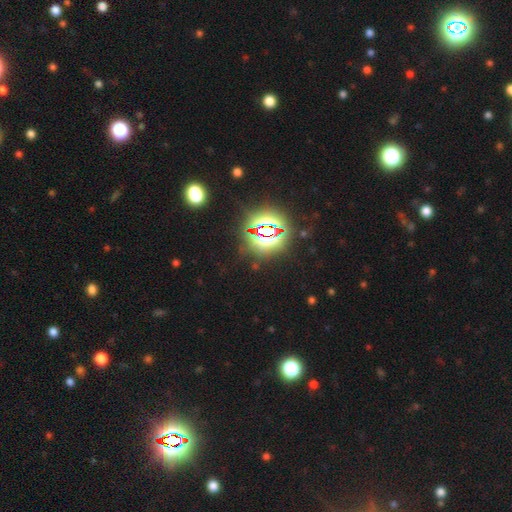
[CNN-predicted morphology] Smooth or featured?
  - star or artifact: 81% *
  - smooth: 12%
  - featured or disk: 7%